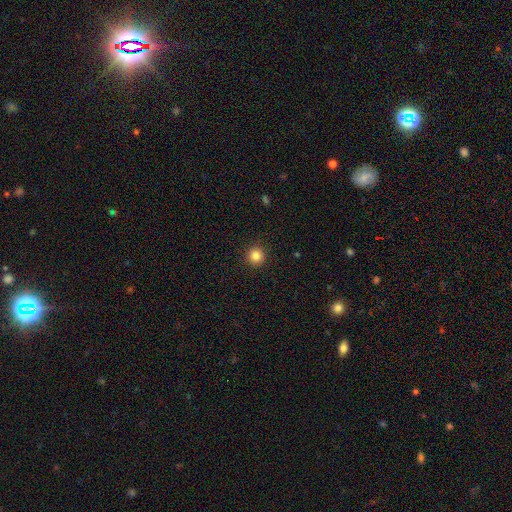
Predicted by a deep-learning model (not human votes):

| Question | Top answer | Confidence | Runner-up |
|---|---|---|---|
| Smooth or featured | smooth | 85% | star or artifact (11%) |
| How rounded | round | 95% | in between (4%) |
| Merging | none | 92% | minor disturbance (5%) |